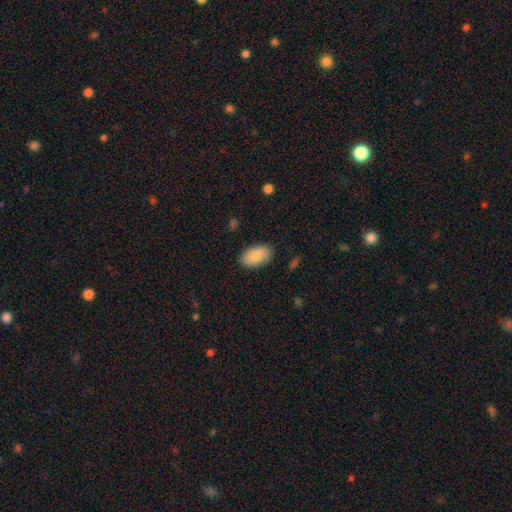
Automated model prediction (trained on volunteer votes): The model was most divided on "merging": none: 86%, minor disturbance: 10%, major disturbance: 2%, merger: 1%. More confident: how rounded — in between (94%); smooth or featured — smooth (86%).